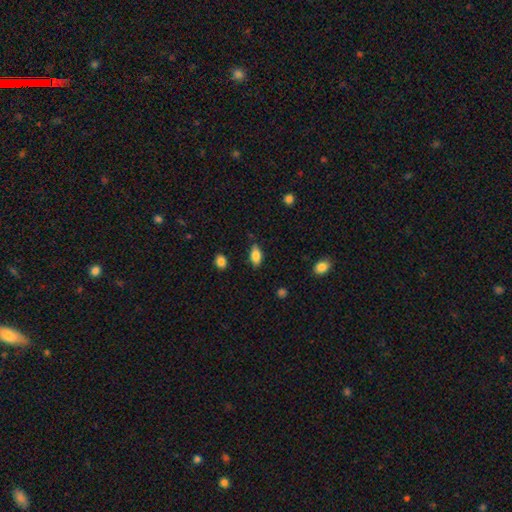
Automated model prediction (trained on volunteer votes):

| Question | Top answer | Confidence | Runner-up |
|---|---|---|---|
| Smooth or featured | smooth | 81% | featured or disk (11%) |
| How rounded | in between | 89% | cigar-shaped (7%) |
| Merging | none | 77% | minor disturbance (17%) |